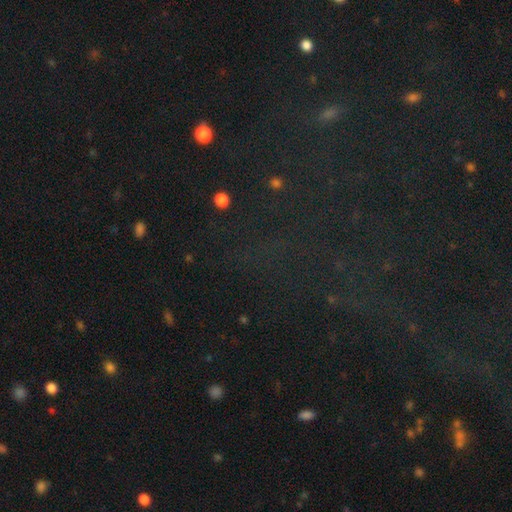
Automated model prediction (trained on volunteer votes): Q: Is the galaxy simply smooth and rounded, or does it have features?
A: star or artifact — 78%.